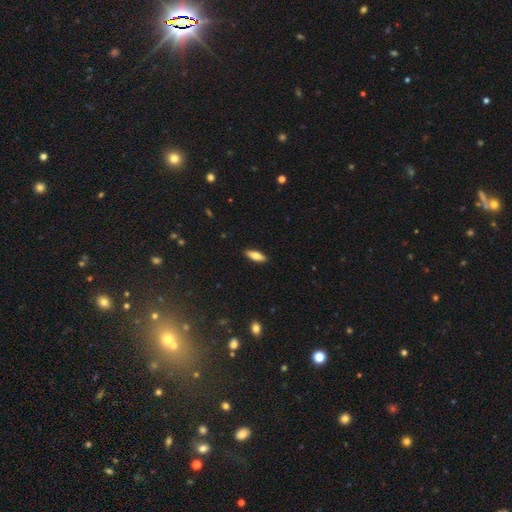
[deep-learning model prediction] Smooth or featured? Predicted: smooth (p=0.70). How rounded? Predicted: in between (p=0.59). Merging? Predicted: none (p=0.90).